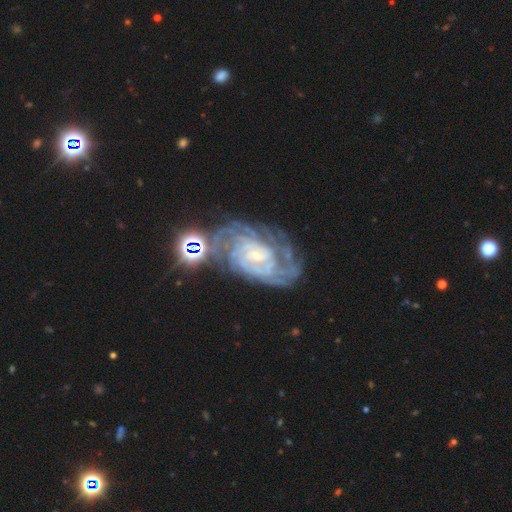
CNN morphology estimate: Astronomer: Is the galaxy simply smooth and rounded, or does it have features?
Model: featured or disk — 88%.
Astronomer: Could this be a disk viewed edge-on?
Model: no — 97%.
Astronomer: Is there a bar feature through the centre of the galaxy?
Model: no — 53% (runner-up: weak, 35%).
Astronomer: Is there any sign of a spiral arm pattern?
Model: yes — 98%.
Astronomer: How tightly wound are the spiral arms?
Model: tight — 73%.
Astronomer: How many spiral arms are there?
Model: can't tell — 30% (runner-up: 4, 20%).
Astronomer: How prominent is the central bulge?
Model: small — 80%.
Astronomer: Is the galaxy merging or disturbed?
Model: none — 60%.